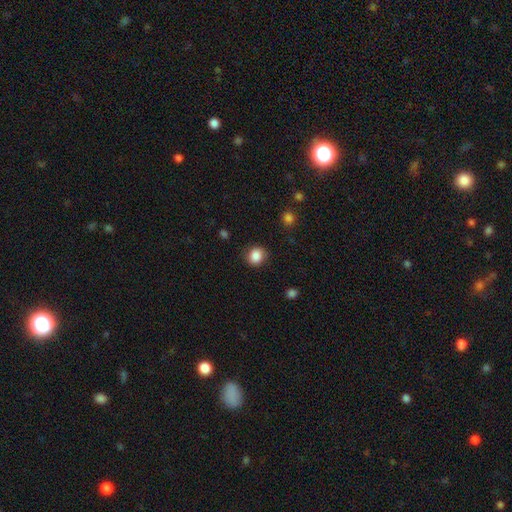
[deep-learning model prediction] This is clearly a smooth galaxy (87%). How rounded: clearly round (80%). Merging: clearly none (85%).